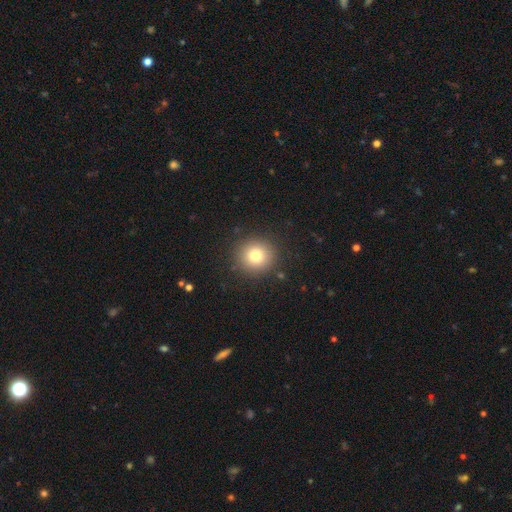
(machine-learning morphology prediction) Smooth or featured?
  - smooth: 78% *
  - star or artifact: 12%
  - featured or disk: 9%
How rounded?
  - round: 92% *
  - in between: 7%
  - cigar-shaped: 1%
Merging?
  - none: 90% *
  - minor disturbance: 6%
  - major disturbance: 2%
  - merger: 1%